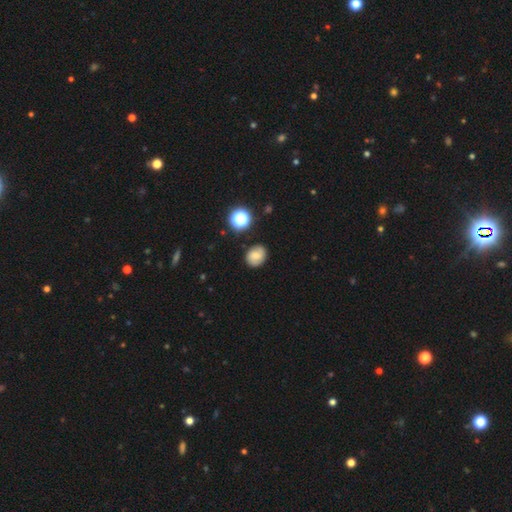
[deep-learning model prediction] Morphology: type=smooth (67%); roundness=round (62%); merging=none (81%).